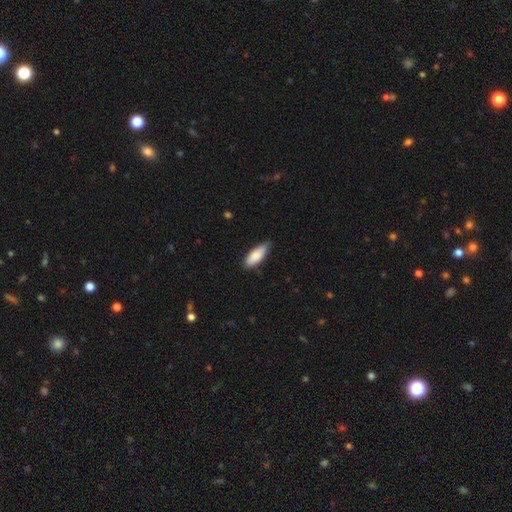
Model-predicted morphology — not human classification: smooth 84%, featured or disk 10%, star or artifact 6%. Down the decision tree: how rounded — in between (77%); merging — none (77%).